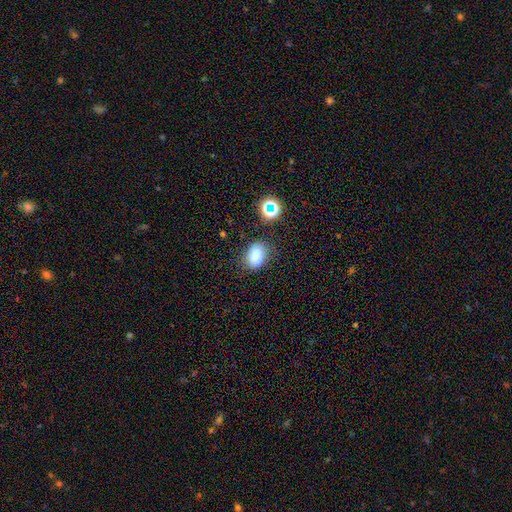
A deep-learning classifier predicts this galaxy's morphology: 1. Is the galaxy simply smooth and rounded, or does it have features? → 80% smooth, 12% star or artifact, 8% featured or disk.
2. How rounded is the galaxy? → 74% in between, 25% round, 1% cigar-shaped.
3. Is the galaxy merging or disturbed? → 76% none, 16% minor disturbance, 5% major disturbance, 3% merger.